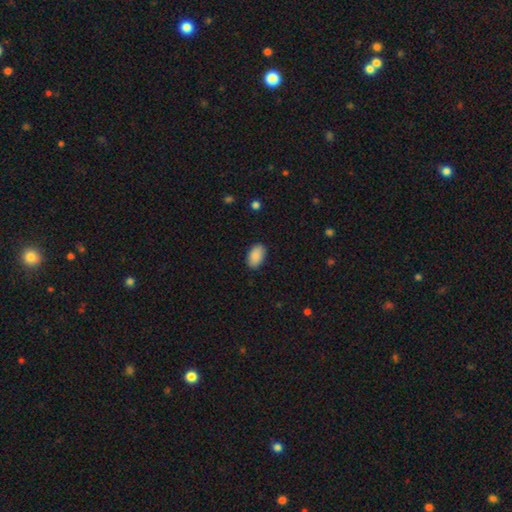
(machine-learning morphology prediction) Smooth or featured? Predicted: smooth (p=0.90). How rounded? Predicted: in between (p=0.94). Merging? Predicted: none (p=0.88).